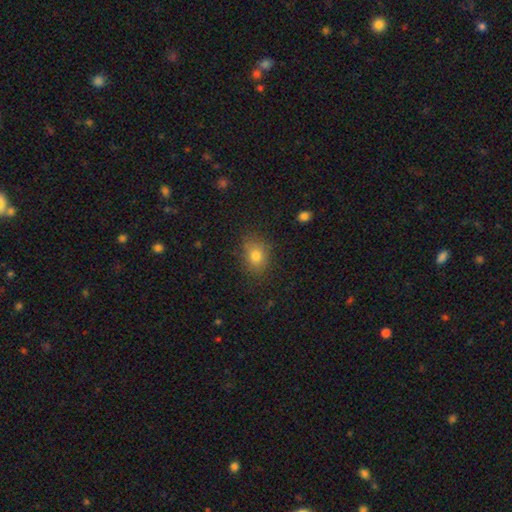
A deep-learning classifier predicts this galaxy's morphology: The model was most divided on "how rounded": in between: 53%, round: 46%, cigar-shaped: 1%. More confident: smooth or featured — smooth (79%); merging — none (79%).